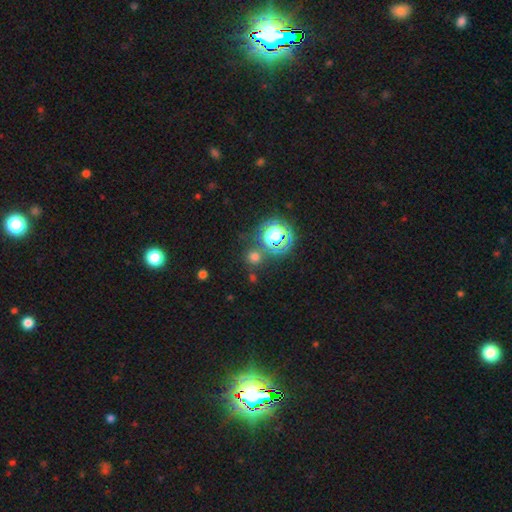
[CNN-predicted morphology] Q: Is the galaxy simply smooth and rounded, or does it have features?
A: star or artifact — 56%.